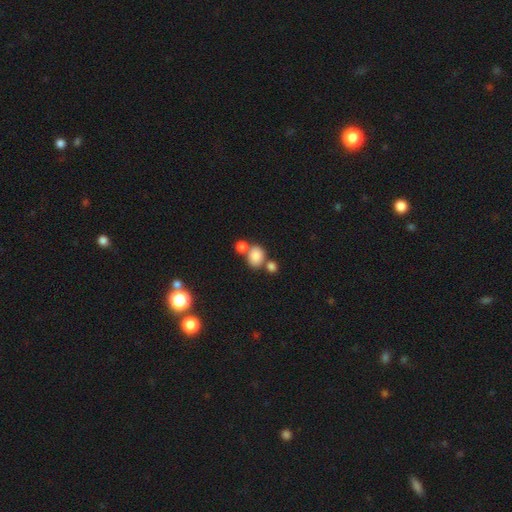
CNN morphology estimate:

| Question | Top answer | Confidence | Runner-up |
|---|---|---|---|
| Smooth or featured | smooth | 81% | star or artifact (10%) |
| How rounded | round | 52% | in between (47%) |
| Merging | none | 49% | merger (36%) |